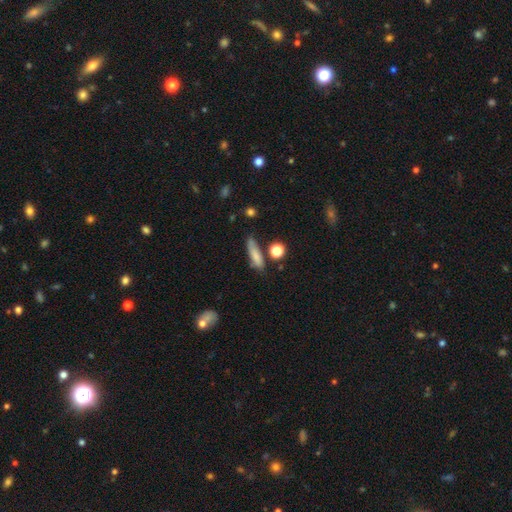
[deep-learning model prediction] smooth_or_featured: smooth (p=0.76) [alt: featured or disk p=0.16]
how_rounded: cigar-shaped (p=0.59) [alt: in between p=0.35]
merging: none (p=0.63) [alt: minor disturbance p=0.23]